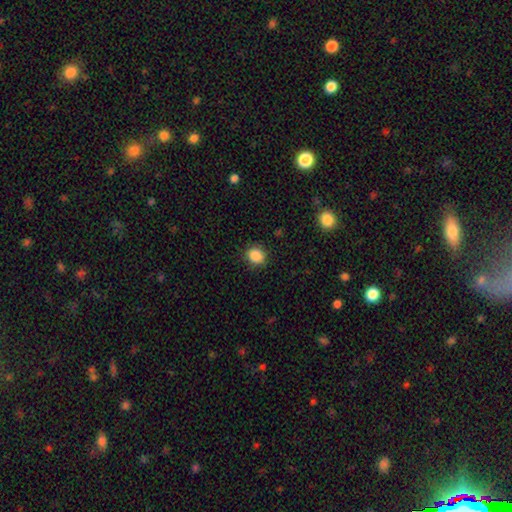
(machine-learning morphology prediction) Smooth or featured: smooth — 88% (star or artifact — 9%)
How rounded: round — 72% (in between — 27%)
Merging: none — 86% (minor disturbance — 10%)